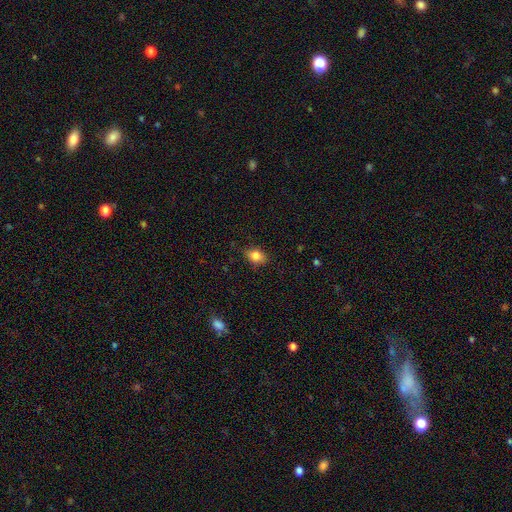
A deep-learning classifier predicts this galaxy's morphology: The model was most divided on "how rounded": in between: 64%, round: 34%, cigar-shaped: 2%. More confident: merging — none (83%); smooth or featured — smooth (82%).